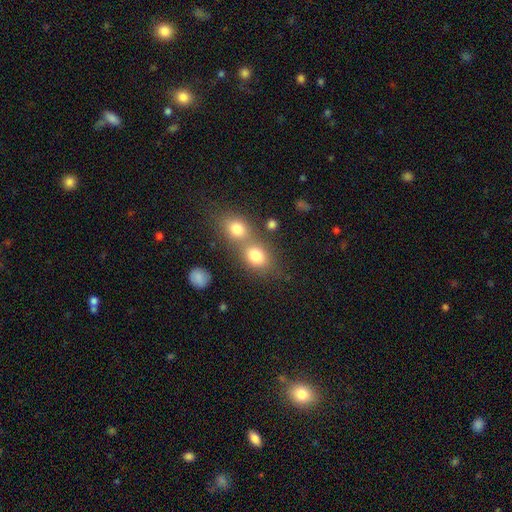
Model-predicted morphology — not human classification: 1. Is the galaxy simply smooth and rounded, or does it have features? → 79% smooth, 11% star or artifact, 10% featured or disk.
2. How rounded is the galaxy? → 54% round, 45% in between, 2% cigar-shaped.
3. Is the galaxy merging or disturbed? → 51% merger, 38% none, 8% minor disturbance, 4% major disturbance.